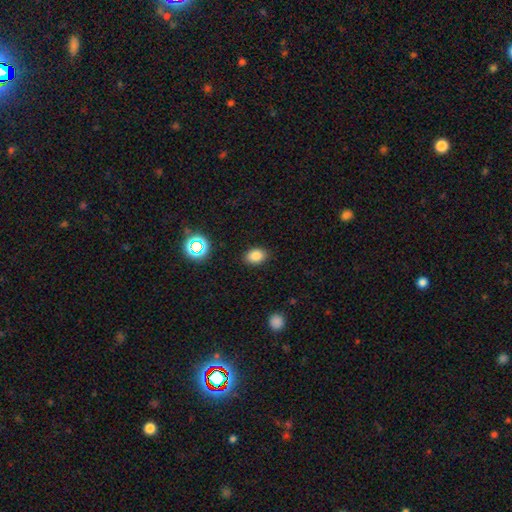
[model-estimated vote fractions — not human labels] This is clearly a smooth galaxy (82%). How rounded: likely in between (75%). Merging: clearly none (86%).